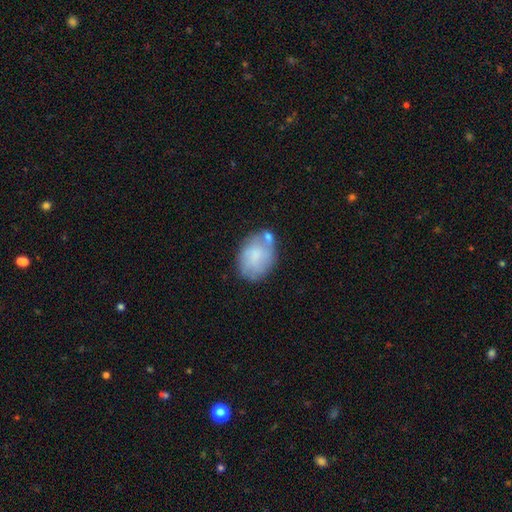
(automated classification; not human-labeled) Smooth or featured? smooth (67%)
How rounded? in between (79%)
Merging? none (53%)